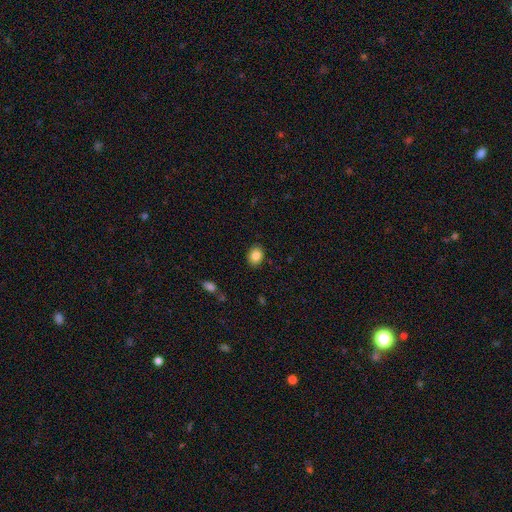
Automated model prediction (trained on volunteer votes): This appears to be a smooth galaxy with no disk features (86%) that is in between round and cigar-shaped (58%). Merging: none (88%).